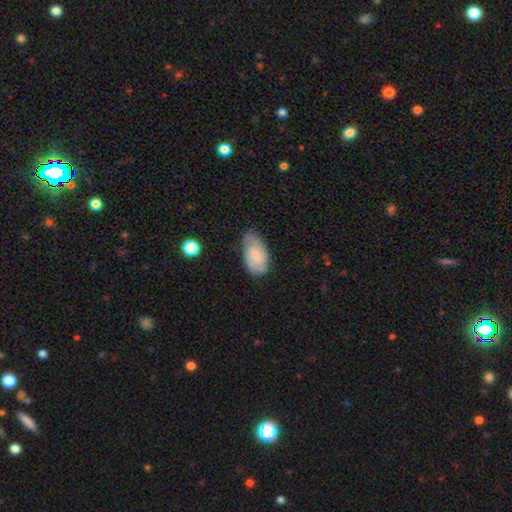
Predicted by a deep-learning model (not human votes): Smooth or featured?
  - smooth: 63% *
  - featured or disk: 30%
  - star or artifact: 7%
How rounded?
  - in between: 94% *
  - round: 4%
  - cigar-shaped: 3%
Merging?
  - none: 67% *
  - minor disturbance: 26%
  - major disturbance: 6%
  - merger: 2%